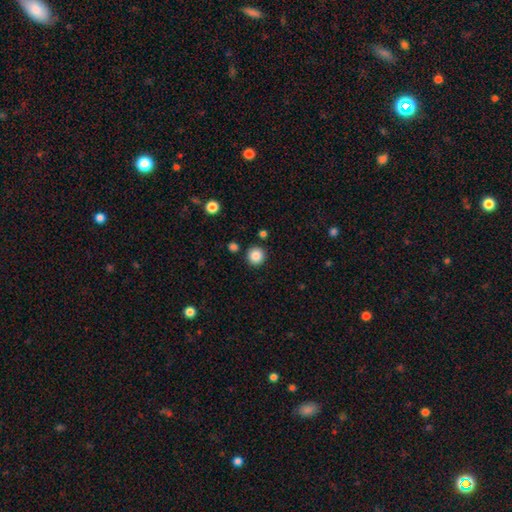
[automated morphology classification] Q: Smooth or featured?
A: smooth (86%); runner-up: star or artifact (10%)
Q: How rounded?
A: round (95%); runner-up: in between (5%)
Q: Merging?
A: none (90%); runner-up: minor disturbance (5%)